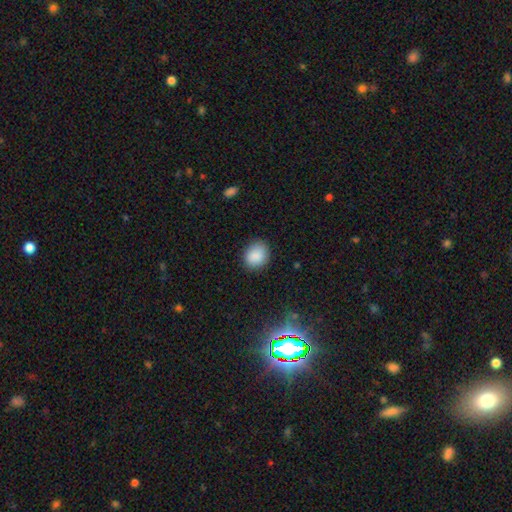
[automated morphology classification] smooth 88%, star or artifact 8%, featured or disk 4%. Down the decision tree: how rounded — round (64%); merging — none (85%).